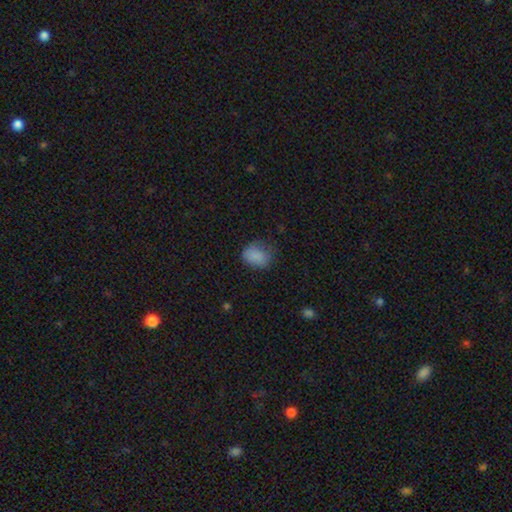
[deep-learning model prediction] This appears to be a smooth galaxy with no disk features (83%) that is in between round and cigar-shaped (58%). Merging: none (57%).